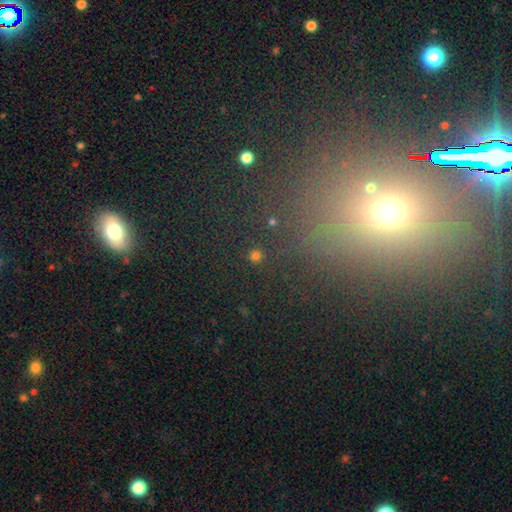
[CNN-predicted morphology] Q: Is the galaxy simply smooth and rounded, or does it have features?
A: smooth — 74%.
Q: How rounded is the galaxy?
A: round — 95%.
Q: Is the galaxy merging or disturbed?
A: none — 89%.